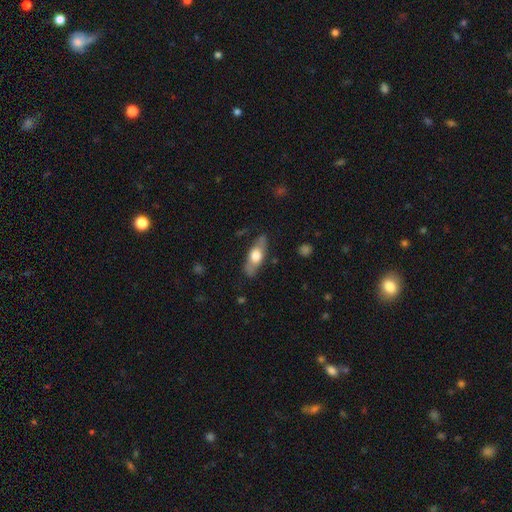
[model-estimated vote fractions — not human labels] Smooth or featured? smooth (54%)
How rounded? in between (64%)
Merging? none (82%)